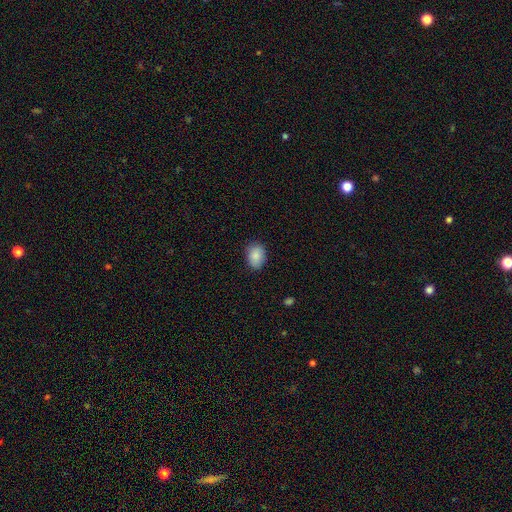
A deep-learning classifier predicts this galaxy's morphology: smooth_or_featured: smooth (p=0.88) [alt: star or artifact p=0.08]
how_rounded: in between (p=0.73) [alt: round p=0.26]
merging: none (p=0.83) [alt: minor disturbance p=0.13]